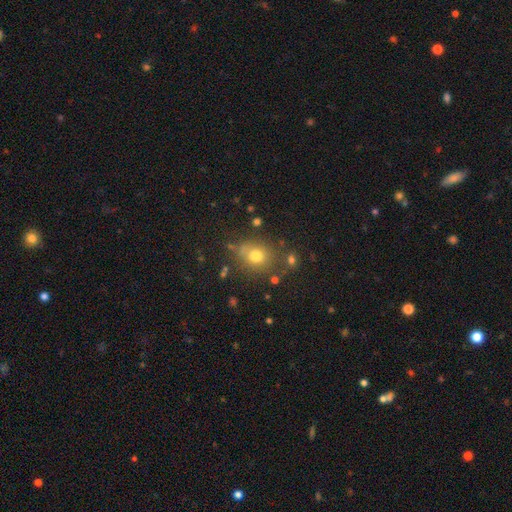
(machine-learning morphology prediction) Smooth or featured?
  - smooth: 73% *
  - star or artifact: 17%
  - featured or disk: 10%
How rounded?
  - round: 74% *
  - in between: 25%
  - cigar-shaped: 1%
Merging?
  - none: 74% *
  - minor disturbance: 14%
  - merger: 7%
  - major disturbance: 5%